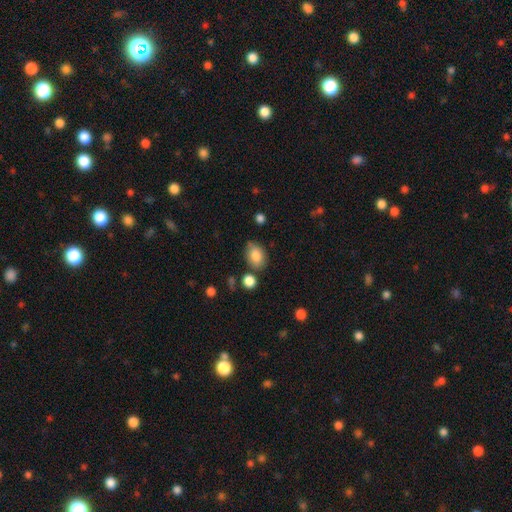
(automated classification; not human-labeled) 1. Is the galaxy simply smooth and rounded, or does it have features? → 82% smooth, 10% featured or disk, 8% star or artifact.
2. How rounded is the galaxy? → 80% in between, 19% round, 1% cigar-shaped.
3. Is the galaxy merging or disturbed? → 72% none, 18% minor disturbance, 7% merger, 4% major disturbance.